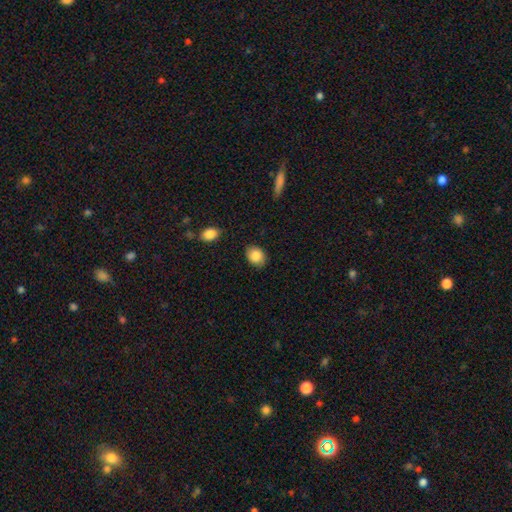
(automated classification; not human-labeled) Smooth or featured?
  - smooth: 87% *
  - star or artifact: 8%
  - featured or disk: 5%
How rounded?
  - in between: 53% *
  - round: 46%
  - cigar-shaped: 1%
Merging?
  - none: 86% *
  - minor disturbance: 10%
  - major disturbance: 2%
  - merger: 2%